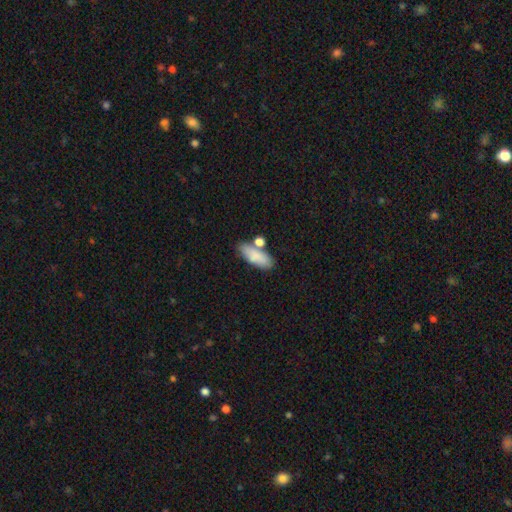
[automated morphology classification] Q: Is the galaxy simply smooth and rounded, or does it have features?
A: smooth — 82%.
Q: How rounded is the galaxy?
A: in between — 77%.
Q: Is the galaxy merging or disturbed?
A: none — 61%.